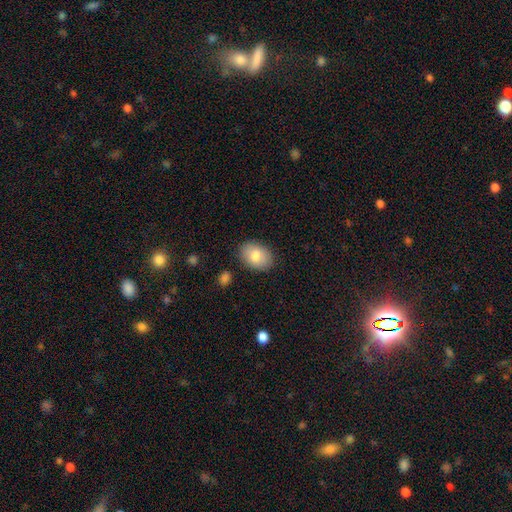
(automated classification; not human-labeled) Smooth or featured: smooth — 80% (featured or disk — 13%)
How rounded: in between — 80% (round — 19%)
Merging: none — 85% (minor disturbance — 10%)